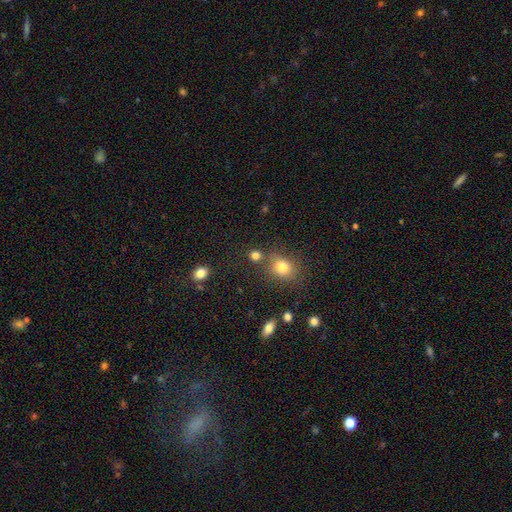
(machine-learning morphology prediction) This appears to be a smooth galaxy with no disk features (78%) that is round (79%). Merging: none (69%).